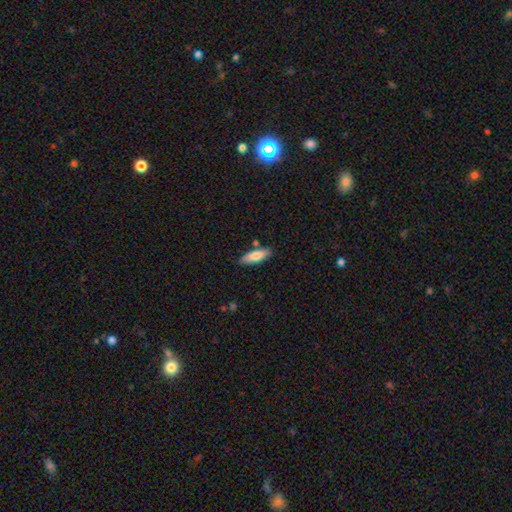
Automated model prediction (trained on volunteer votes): Smooth or featured? Predicted: smooth (p=0.79). How rounded? Predicted: in between (p=0.59). Merging? Predicted: none (p=0.82).